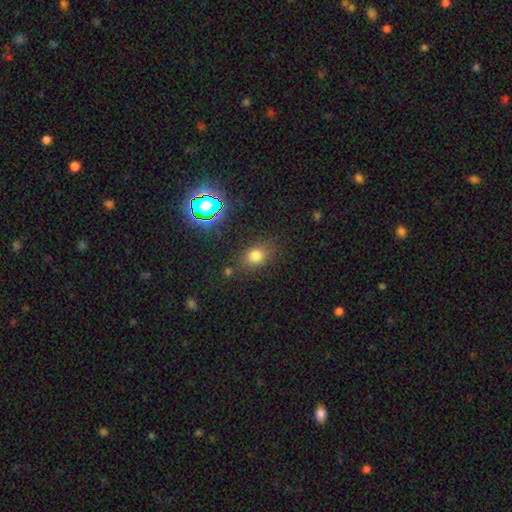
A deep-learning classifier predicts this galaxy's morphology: smooth_or_featured: smooth (p=0.73) [alt: star or artifact p=0.19]
how_rounded: in between (p=0.58) [alt: round p=0.40]
merging: none (p=0.79) [alt: minor disturbance p=0.13]